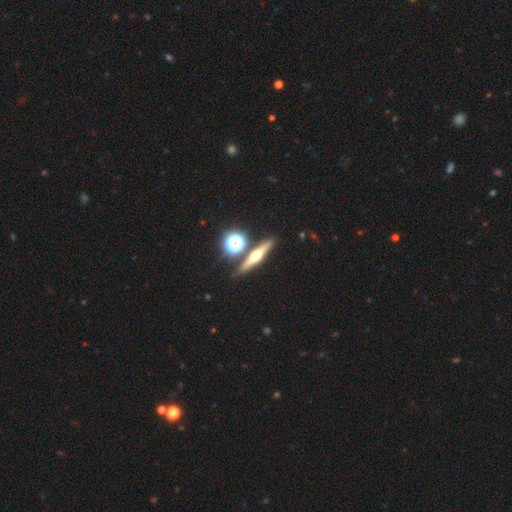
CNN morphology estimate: featured or disk 58%, smooth 27%, star or artifact 15%. Down the decision tree: edge-on disk — yes (92%); edge-on bulge — rounded (94%); merging — none (83%).